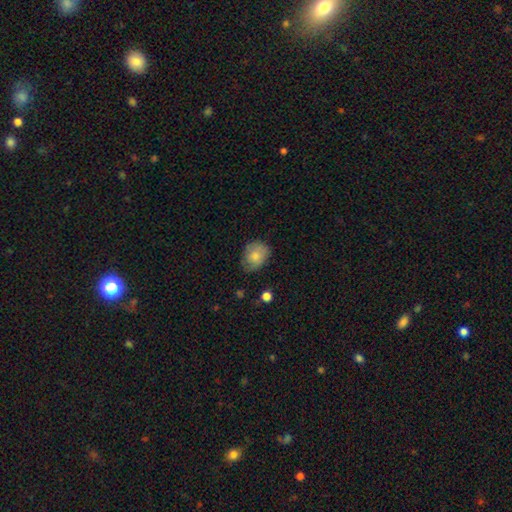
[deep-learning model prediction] Smooth or featured?
  - smooth: 77% *
  - featured or disk: 16%
  - star or artifact: 7%
How rounded?
  - in between: 56% *
  - round: 43%
  - cigar-shaped: 1%
Merging?
  - none: 65% *
  - minor disturbance: 27%
  - major disturbance: 6%
  - merger: 1%